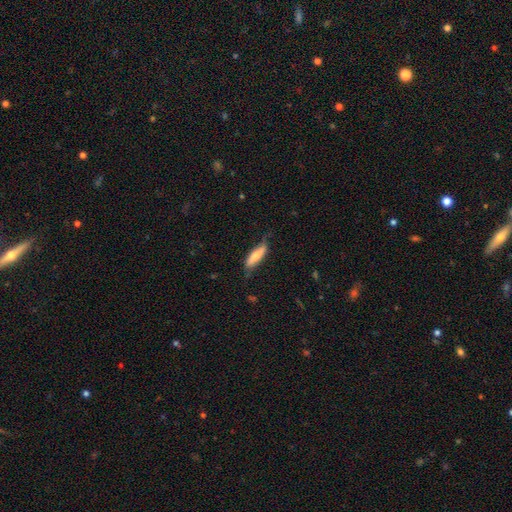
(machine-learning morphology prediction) This appears to be a smooth galaxy with no disk features (61%) that is cigar-shaped (61%). Merging: none (62%).